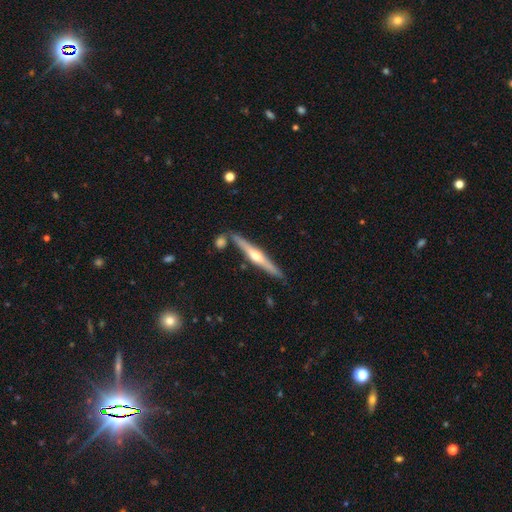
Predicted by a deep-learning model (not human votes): Smooth or featured: featured or disk — 70% (smooth — 25%)
Edge-on disk: yes — 97% (no — 3%)
Edge-on bulge: rounded — 88% (none — 8%)
Merging: none — 83% (minor disturbance — 9%)